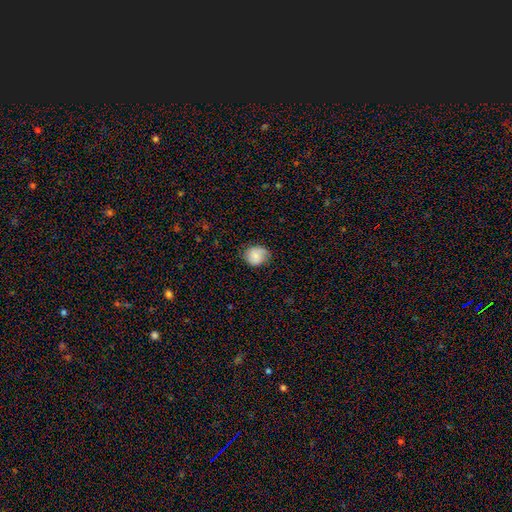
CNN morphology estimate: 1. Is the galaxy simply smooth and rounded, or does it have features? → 74% smooth, 18% featured or disk, 8% star or artifact.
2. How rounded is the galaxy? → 67% round, 32% in between, 1% cigar-shaped.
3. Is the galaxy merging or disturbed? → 71% none, 23% minor disturbance, 5% major disturbance, 1% merger.